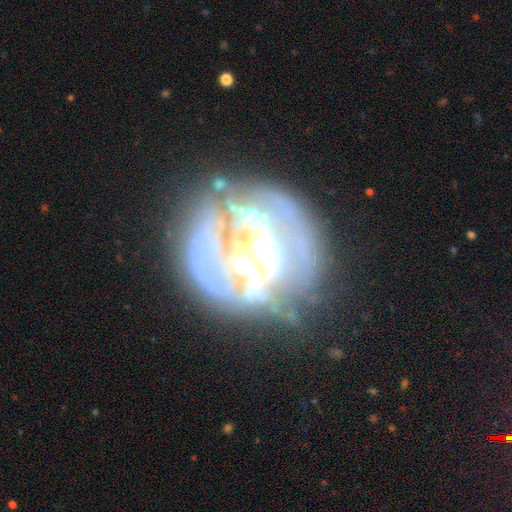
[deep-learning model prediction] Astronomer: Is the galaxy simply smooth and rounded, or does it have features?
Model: featured or disk — 75%.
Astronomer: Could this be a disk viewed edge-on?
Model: no — 97%.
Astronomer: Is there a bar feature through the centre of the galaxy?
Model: no — 62%.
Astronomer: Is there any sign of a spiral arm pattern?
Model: no — 52% (runner-up: yes, 48%).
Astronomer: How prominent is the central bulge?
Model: moderate — 37% (runner-up: large, 31%).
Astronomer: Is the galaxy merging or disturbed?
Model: none — 53%.